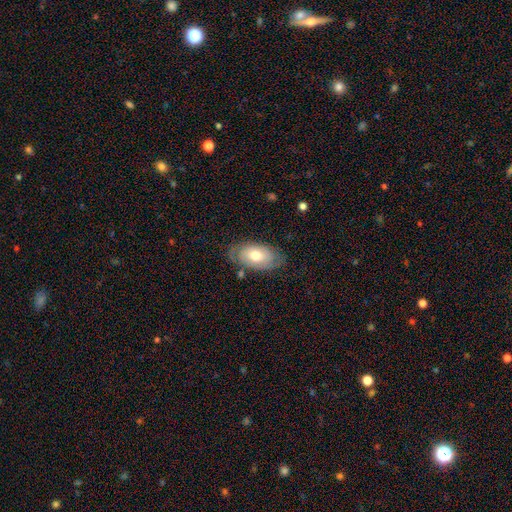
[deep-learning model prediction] smooth 56%, featured or disk 37%, star or artifact 6%. Down the decision tree: how rounded — in between (93%); merging — none (71%).